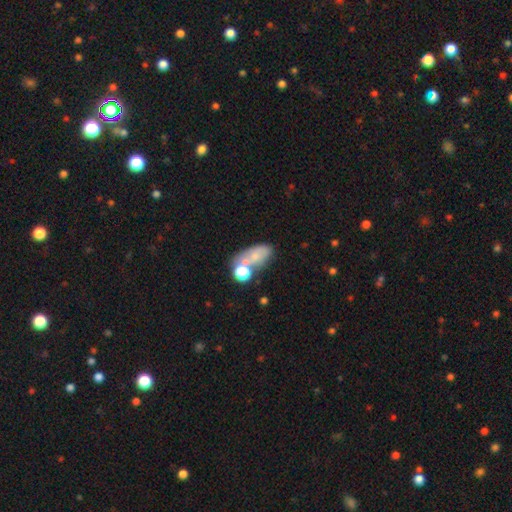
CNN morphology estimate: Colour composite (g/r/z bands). It shows a smooth galaxy with no disk features (63%) that is in between round and cigar-shaped (80%). Merging: none (35%).